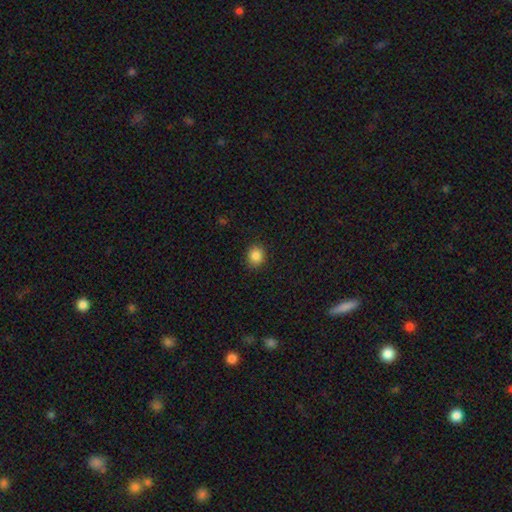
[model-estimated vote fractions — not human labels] Smooth or featured?
  - smooth: 86% *
  - star or artifact: 10%
  - featured or disk: 4%
How rounded?
  - round: 79% *
  - in between: 20%
  - cigar-shaped: 1%
Merging?
  - none: 90% *
  - minor disturbance: 7%
  - major disturbance: 2%
  - merger: 1%